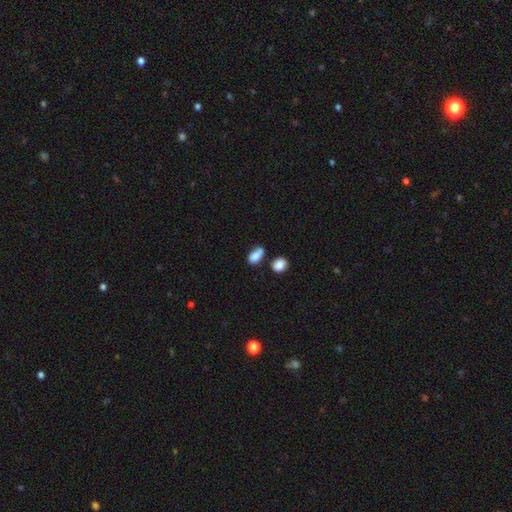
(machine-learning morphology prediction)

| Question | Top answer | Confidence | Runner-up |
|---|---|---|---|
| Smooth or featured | smooth | 84% | star or artifact (9%) |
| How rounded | in between | 84% | round (13%) |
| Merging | none | 47% | merger (26%) |